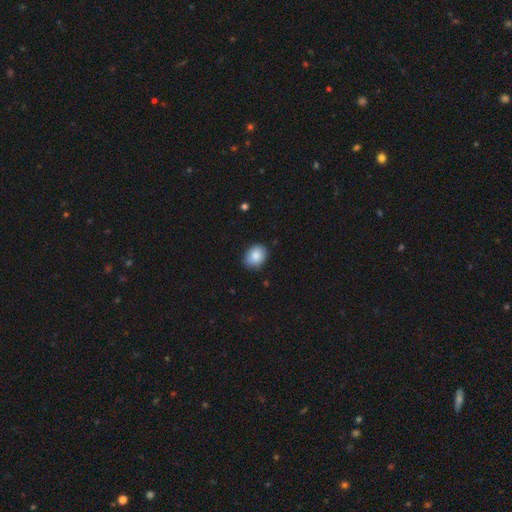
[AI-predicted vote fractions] smooth-or-featured: smooth: 87% | star or artifact: 8% | featured or disk: 6%
  how-rounded: in between: 56% | round: 44% | cigar-shaped: 1%
  merging: none: 83% | minor disturbance: 14% | major disturbance: 2% | merger: 1%